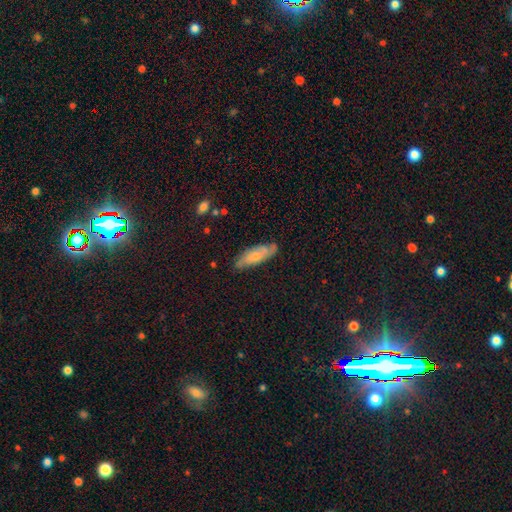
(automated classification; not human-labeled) Q: Smooth or featured?
A: smooth (52%); runner-up: featured or disk (41%)
Q: How rounded?
A: in between (58%); runner-up: cigar-shaped (40%)
Q: Merging?
A: none (75%); runner-up: minor disturbance (20%)